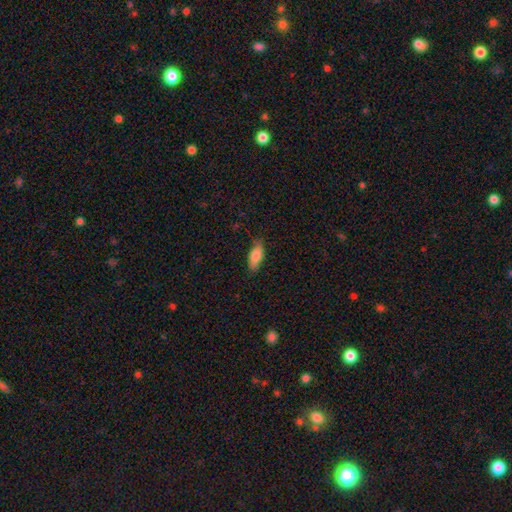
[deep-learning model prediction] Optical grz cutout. It shows a smooth galaxy with no disk features (81%) that is in between round and cigar-shaped (75%). Merging: none (81%).